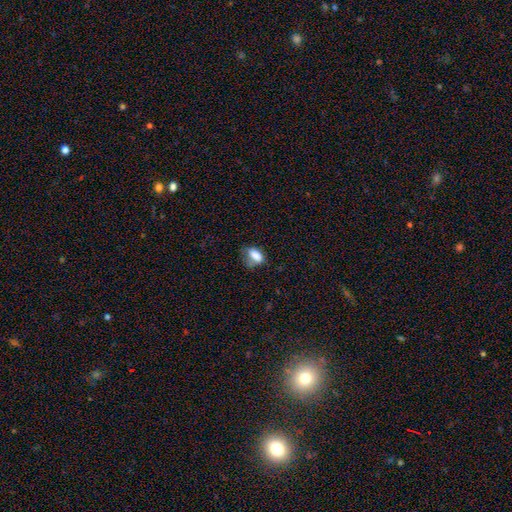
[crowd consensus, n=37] Volunteers were most divided on "merging": minor disturbance: 40%, major disturbance: 34%, none: 26%, merger: 0%. More confident: smooth or featured — smooth (81%); how rounded — in between (70%).